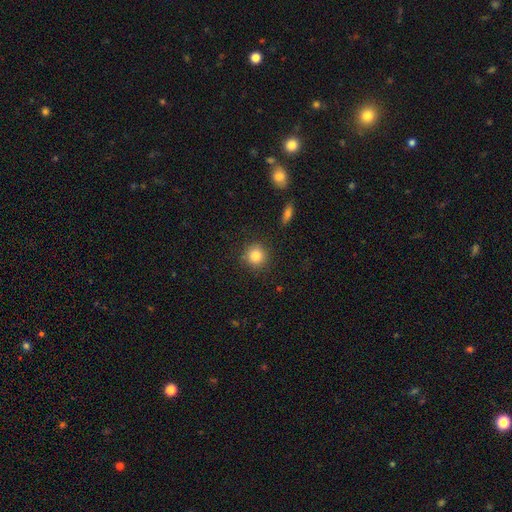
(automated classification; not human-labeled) Smooth or featured?
  - smooth: 84% *
  - star or artifact: 10%
  - featured or disk: 6%
How rounded?
  - round: 93% *
  - in between: 6%
  - cigar-shaped: 1%
Merging?
  - none: 88% *
  - minor disturbance: 8%
  - major disturbance: 2%
  - merger: 2%